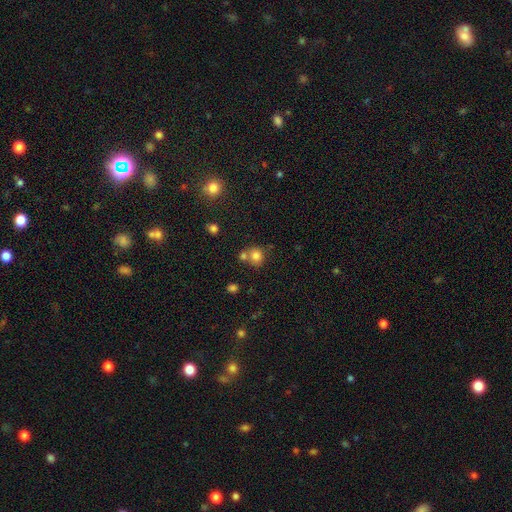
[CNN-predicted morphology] This appears to be a smooth galaxy with no disk features (80%) that is round (82%). Merging: none (55%).